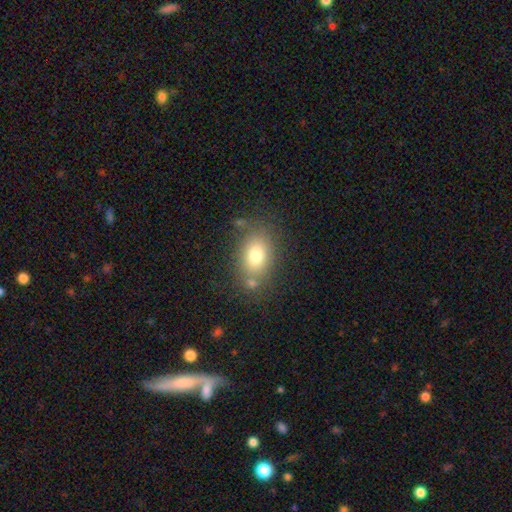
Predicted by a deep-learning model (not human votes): A smooth galaxy with no disk features (76%) that is in between round and cigar-shaped (79%). Merging: none (69%).